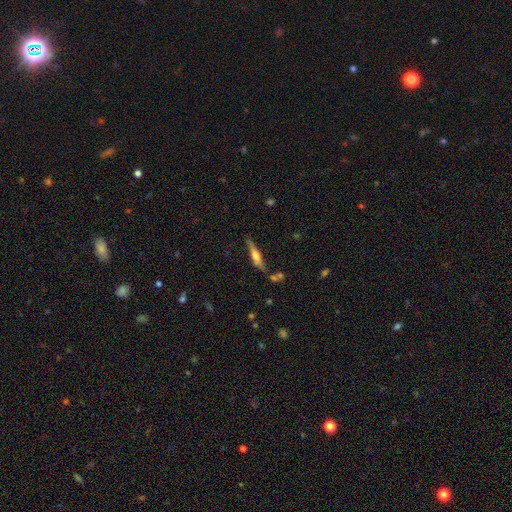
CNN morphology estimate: This is likely a featured or disk galaxy (61%). It is clearly viewed edge-on (94%). Edge-on bulge: clearly rounded (82%). Merging: likely none (73%).